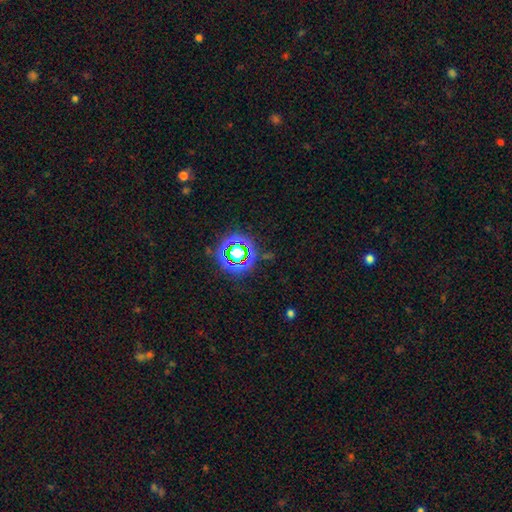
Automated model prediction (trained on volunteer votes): This appears to be a star or artifact, not a galaxy (78%).